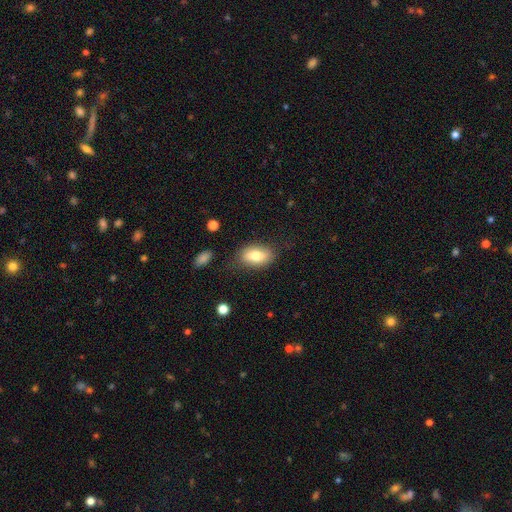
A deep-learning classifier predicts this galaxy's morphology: A smooth galaxy with no disk features (77%) that is in between round and cigar-shaped (89%).

Vote fractions:
- Smooth or featured? smooth: 77% / featured or disk: 16% / star or artifact: 7%
- How rounded? in between: 89% / round: 7% / cigar-shaped: 3%
- Merging? none: 75% / minor disturbance: 17% / major disturbance: 5% / merger: 3%